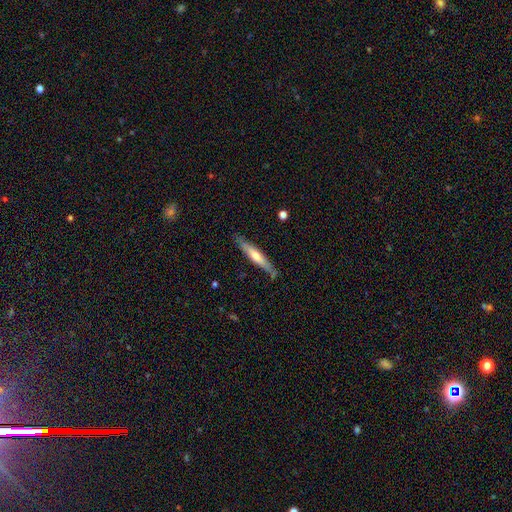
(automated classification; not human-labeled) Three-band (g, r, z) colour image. It shows a featured or disk galaxy (50%). Merging: none (83%).